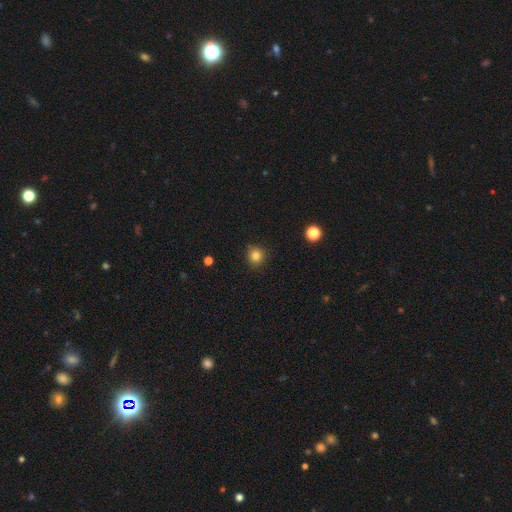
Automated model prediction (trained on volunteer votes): Smooth or featured?
  - smooth: 82% *
  - star or artifact: 13%
  - featured or disk: 5%
How rounded?
  - round: 91% *
  - in between: 8%
  - cigar-shaped: 1%
Merging?
  - none: 87% *
  - minor disturbance: 9%
  - major disturbance: 2%
  - merger: 1%